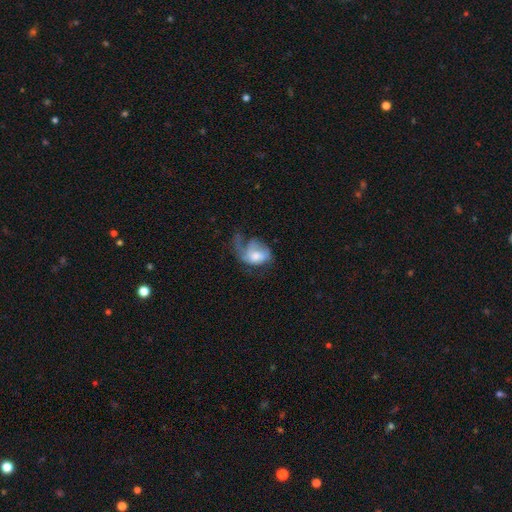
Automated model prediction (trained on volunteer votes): The model was most divided on "smooth or featured": featured or disk: 54%, smooth: 39%, star or artifact: 8%. Remaining: edge-on disk — no (97%); spiral arms — yes (72%); bar — no (70%); merging — major disturbance (54%); bulge size — moderate (50%).